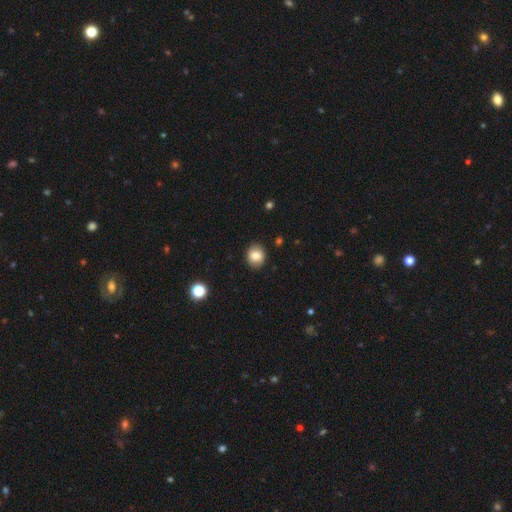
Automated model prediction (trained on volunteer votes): smooth-or-featured: smooth: 80% | featured or disk: 10% | star or artifact: 9%
  how-rounded: round: 61% | in between: 38% | cigar-shaped: 1%
  merging: none: 88% | minor disturbance: 9% | major disturbance: 2% | merger: 1%